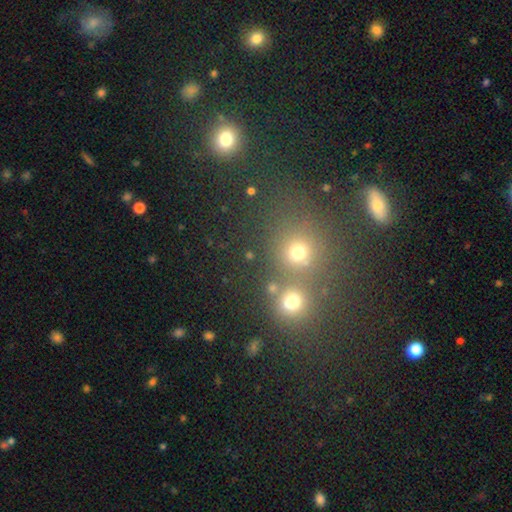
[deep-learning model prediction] Q: Smooth or featured?
A: smooth (49%); runner-up: star or artifact (41%)
Q: Merging?
A: none (61%); runner-up: merger (28%)